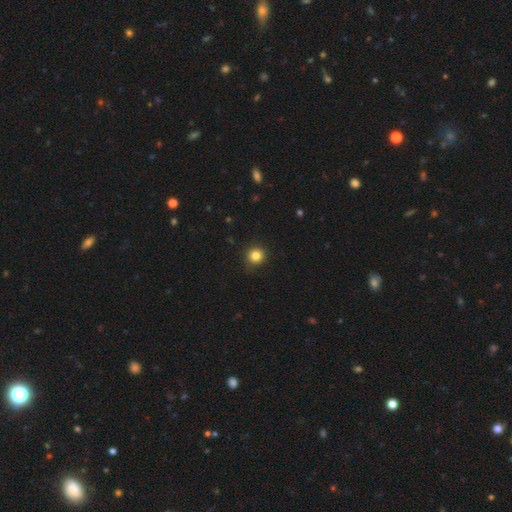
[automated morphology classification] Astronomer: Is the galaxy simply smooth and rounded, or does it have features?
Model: smooth — 83%.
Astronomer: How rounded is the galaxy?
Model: round — 93%.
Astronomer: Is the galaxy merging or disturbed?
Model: none — 90%.